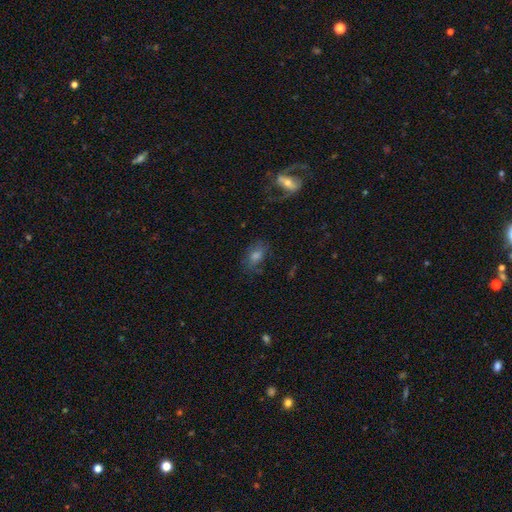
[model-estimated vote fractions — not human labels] smooth-or-featured: smooth: 50% | featured or disk: 31% | star or artifact: 19%
  how-rounded: in between: 74% | round: 23% | cigar-shaped: 2%
  merging: none: 67% | minor disturbance: 18% | major disturbance: 12% | merger: 3%